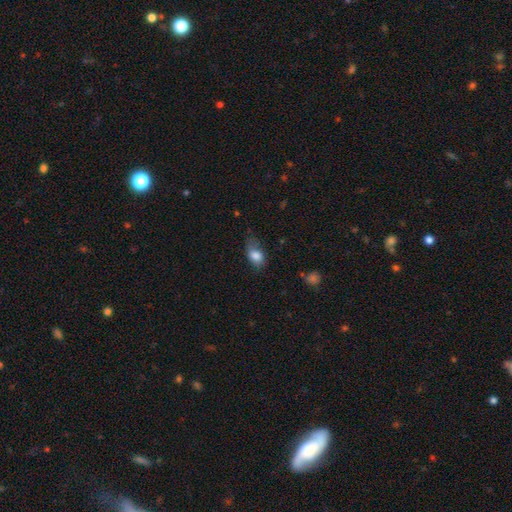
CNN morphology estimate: Smooth or featured? smooth (81%)
How rounded? in between (79%)
Merging? none (43%)